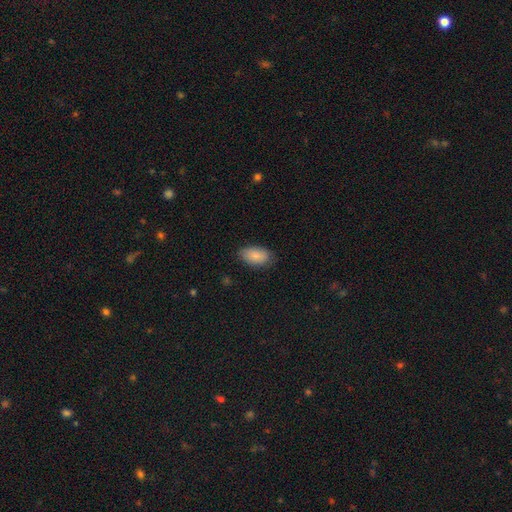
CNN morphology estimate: Smooth or featured? smooth (86%)
How rounded? in between (94%)
Merging? none (81%)